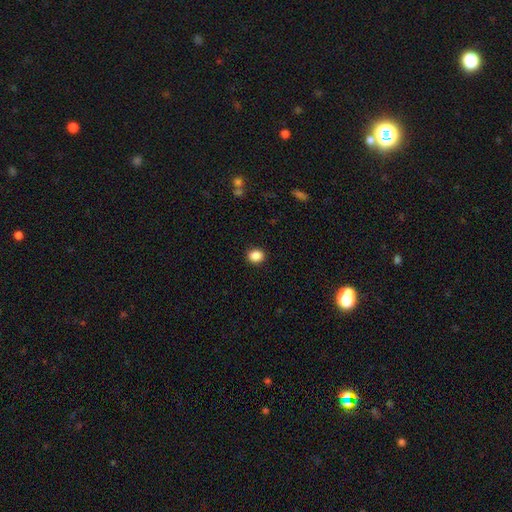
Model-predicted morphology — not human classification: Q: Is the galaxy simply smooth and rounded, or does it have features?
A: smooth — 88%.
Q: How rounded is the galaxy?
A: round — 64%.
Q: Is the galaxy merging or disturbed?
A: none — 90%.